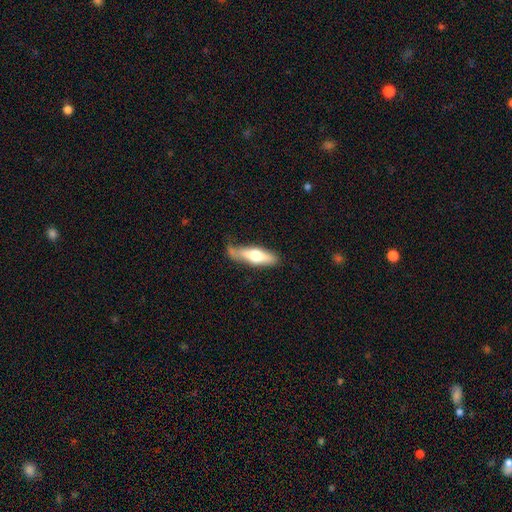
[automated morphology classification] type=smooth (57%); roundness=cigar-shaped (61%); merging=none (57%).